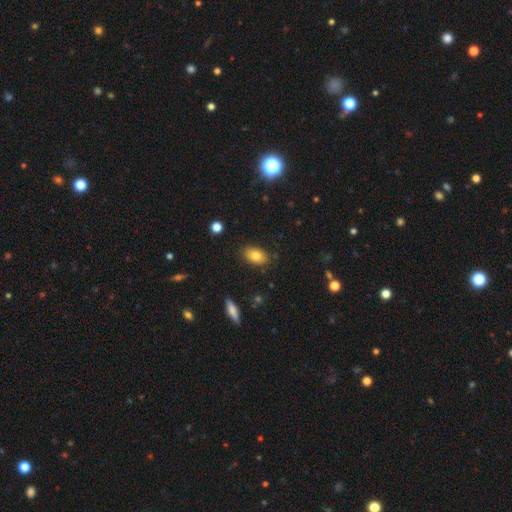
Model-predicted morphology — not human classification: The model was most divided on "smooth or featured": smooth: 79%, featured or disk: 12%, star or artifact: 9%. More confident: how rounded — in between (90%); merging — none (85%).